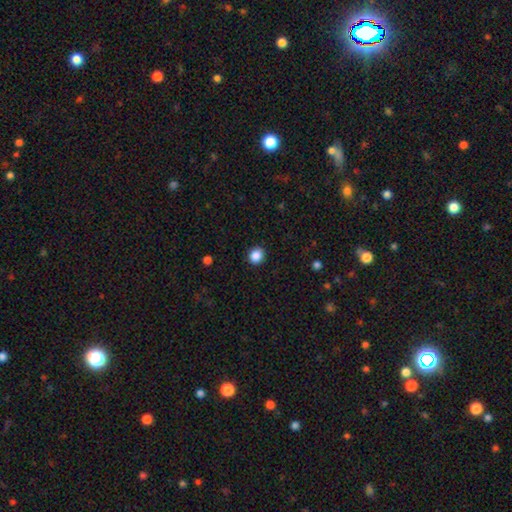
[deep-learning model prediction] Smooth or featured?
  - smooth: 87% *
  - star or artifact: 10%
  - featured or disk: 3%
How rounded?
  - round: 81% *
  - in between: 18%
  - cigar-shaped: 1%
Merging?
  - none: 91% *
  - minor disturbance: 6%
  - major disturbance: 2%
  - merger: 1%